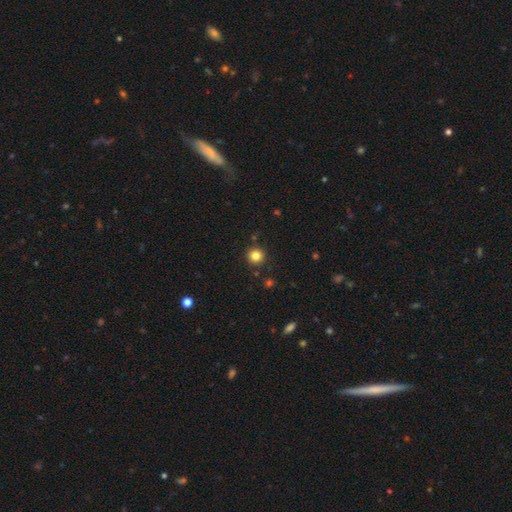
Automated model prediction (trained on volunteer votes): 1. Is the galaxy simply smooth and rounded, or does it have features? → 82% smooth, 13% star or artifact, 5% featured or disk.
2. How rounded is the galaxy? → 95% round, 4% in between, 1% cigar-shaped.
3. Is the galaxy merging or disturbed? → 89% none, 6% minor disturbance, 3% merger, 2% major disturbance.